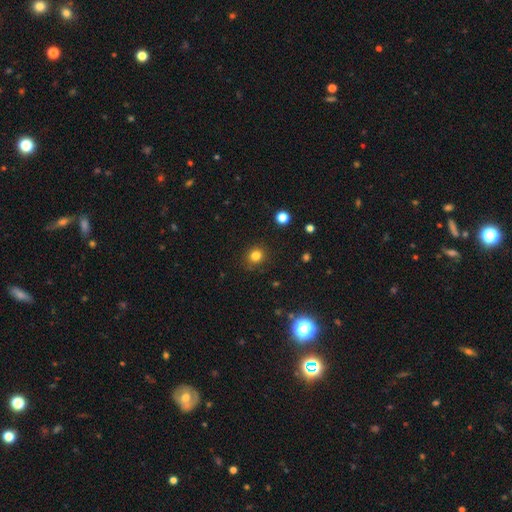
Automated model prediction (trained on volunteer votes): Smooth or featured: smooth — 82% (star or artifact — 13%)
How rounded: round — 85% (in between — 14%)
Merging: none — 87% (minor disturbance — 9%)